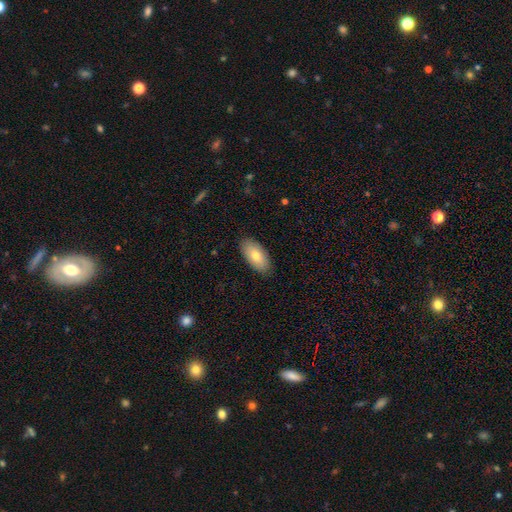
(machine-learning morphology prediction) smooth_or_featured: smooth (p=0.78) [alt: featured or disk p=0.16]
how_rounded: in between (p=0.93) [alt: cigar-shaped p=0.05]
merging: none (p=0.87) [alt: minor disturbance p=0.10]